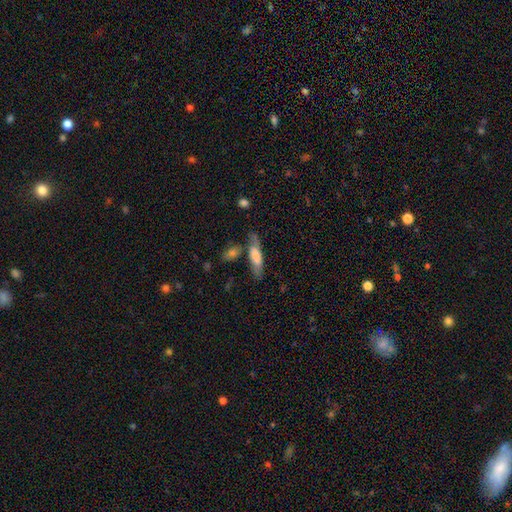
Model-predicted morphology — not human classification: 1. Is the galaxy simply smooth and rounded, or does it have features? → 64% smooth, 29% featured or disk, 7% star or artifact.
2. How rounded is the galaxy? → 66% cigar-shaped, 32% in between, 2% round.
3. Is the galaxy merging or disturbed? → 63% none, 19% minor disturbance, 11% merger, 7% major disturbance.